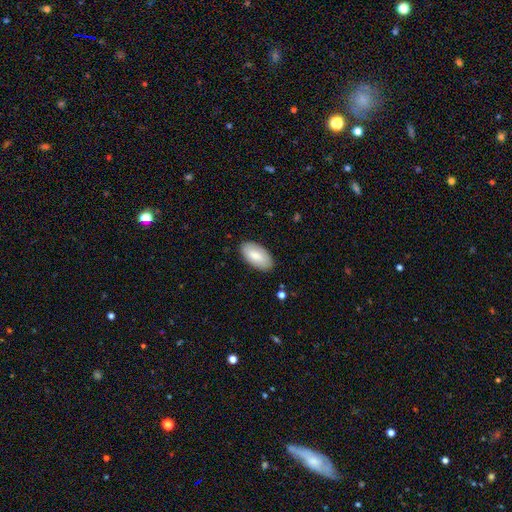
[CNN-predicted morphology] Smooth or featured: smooth — 81% (featured or disk — 14%)
How rounded: in between — 95% (cigar-shaped — 3%)
Merging: none — 86% (minor disturbance — 10%)